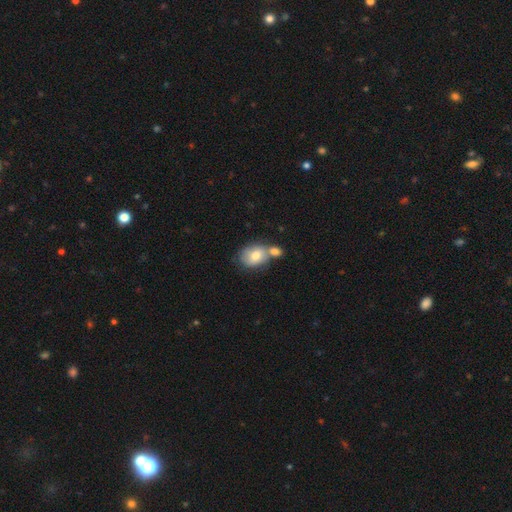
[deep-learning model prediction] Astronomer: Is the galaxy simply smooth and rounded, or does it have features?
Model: smooth — 73%.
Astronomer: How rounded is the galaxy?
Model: in between — 63%.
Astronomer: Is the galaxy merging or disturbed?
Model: merger — 47% (runner-up: none, 35%).